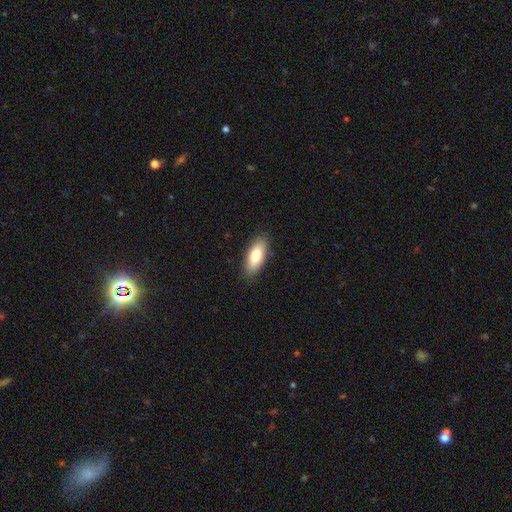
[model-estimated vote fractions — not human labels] smooth 78%, featured or disk 15%, star or artifact 6%. Down the decision tree: how rounded — in between (79%); merging — none (87%).